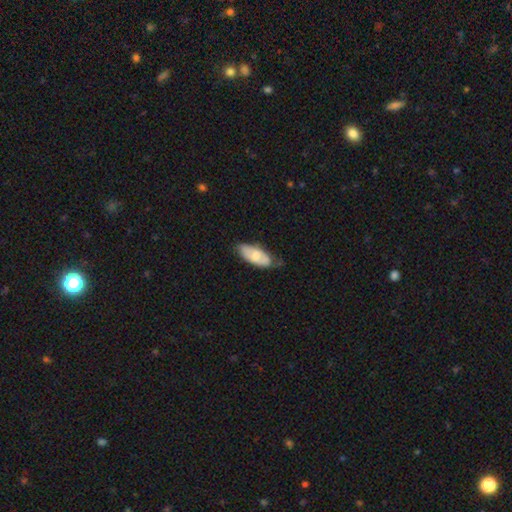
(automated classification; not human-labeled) smooth-or-featured: smooth: 69% | featured or disk: 25% | star or artifact: 6%
  how-rounded: in between: 83% | cigar-shaped: 15% | round: 2%
  merging: none: 61% | minor disturbance: 30% | major disturbance: 7% | merger: 2%